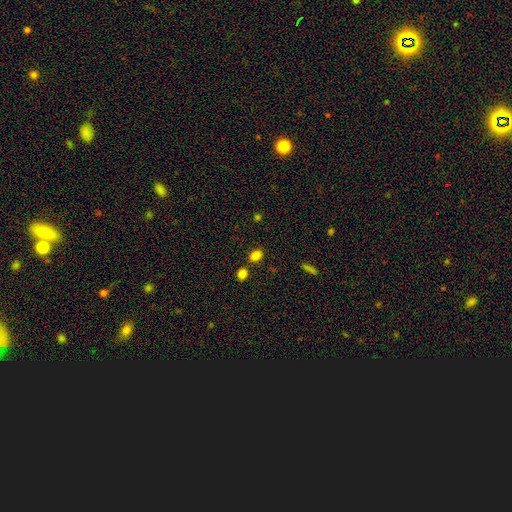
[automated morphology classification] The model was most divided on "how rounded": in between: 60%, round: 39%, cigar-shaped: 2%. More confident: smooth or featured — smooth (83%); merging — none (72%).